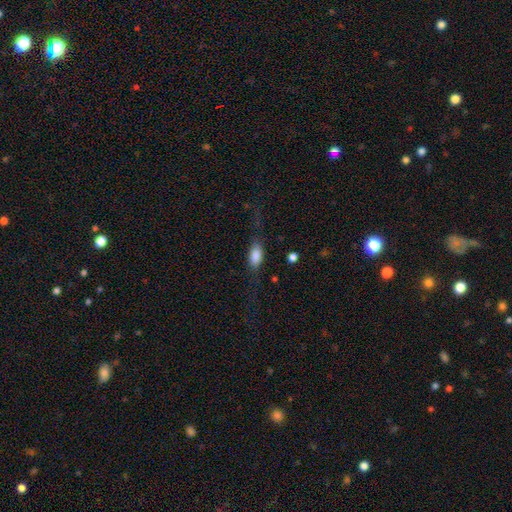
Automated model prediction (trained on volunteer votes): Smooth or featured? smooth (78%)
How rounded? in between (83%)
Merging? none (56%)